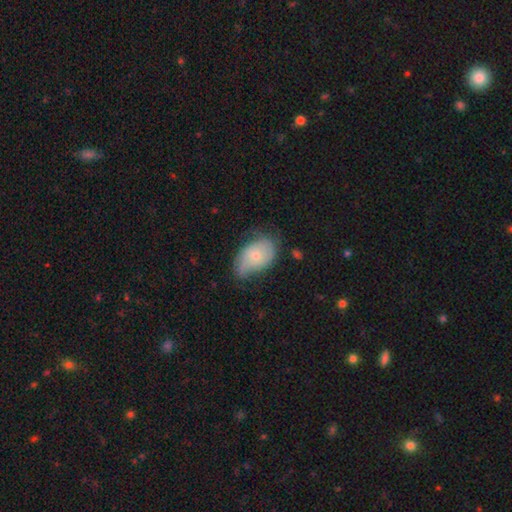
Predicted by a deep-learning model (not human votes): smooth 50%, featured or disk 42%, star or artifact 7%. Down the decision tree: how rounded — in between (87%); merging — none (45%).